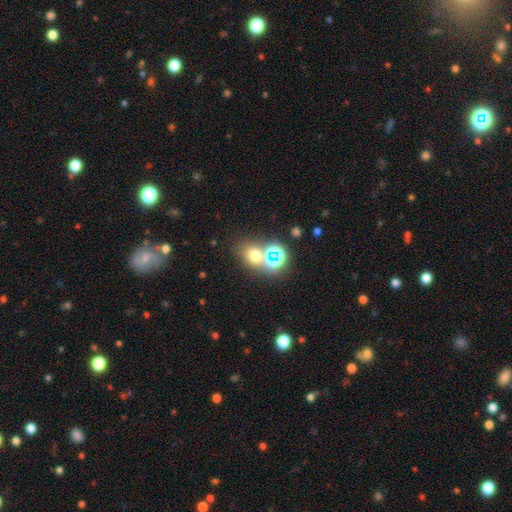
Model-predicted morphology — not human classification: A smooth galaxy with no disk features (58%) that is round (59%). Merging: none (61%).